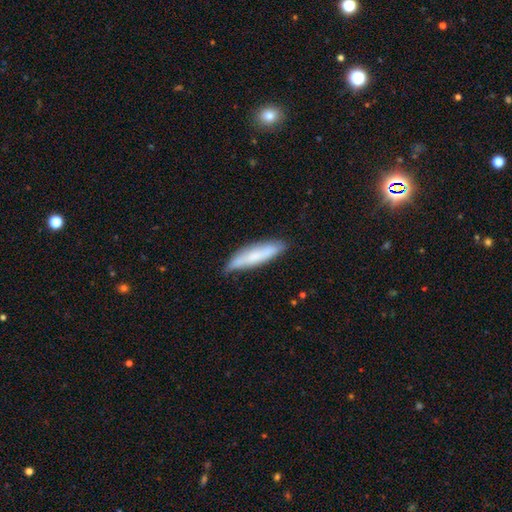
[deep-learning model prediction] smooth 65%, featured or disk 28%, star or artifact 6%. Down the decision tree: how rounded — cigar-shaped (76%); merging — none (71%).